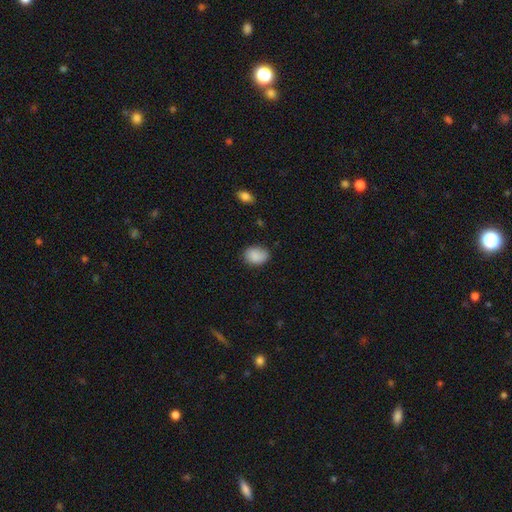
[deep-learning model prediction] This is clearly a smooth galaxy (88%). How rounded: likely in between (69%). Merging: likely none (76%).